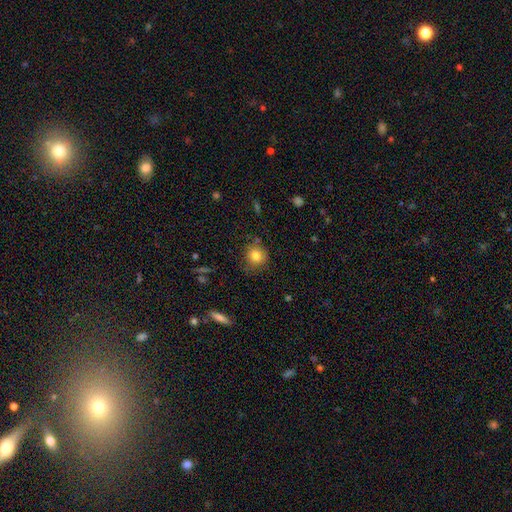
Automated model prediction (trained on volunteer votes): Smooth or featured: smooth — 81% (star or artifact — 11%)
How rounded: round — 87% (in between — 12%)
Merging: none — 78% (minor disturbance — 16%)